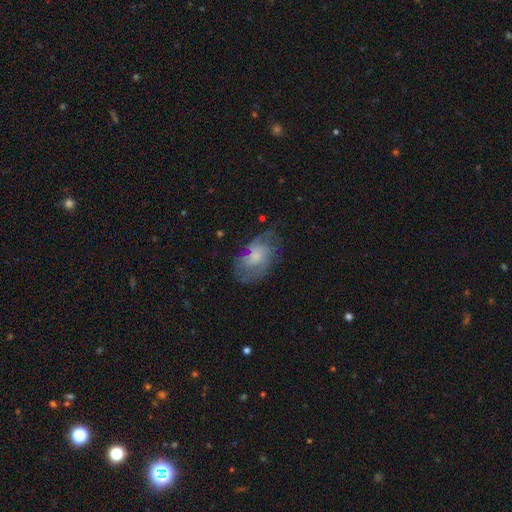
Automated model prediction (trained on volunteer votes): Q: Smooth or featured?
A: featured or disk (54%); runner-up: smooth (38%)
Q: Edge-on disk?
A: no (96%); runner-up: yes (4%)
Q: Bar?
A: no (73%); runner-up: weak (24%)
Q: Spiral arms?
A: yes (74%); runner-up: no (26%)
Q: Bulge size?
A: small (36%); runner-up: moderate (34%)
Q: Merging?
A: none (55%); runner-up: minor disturbance (26%)